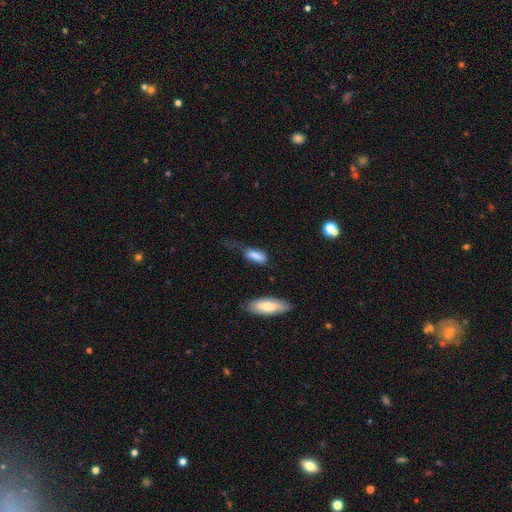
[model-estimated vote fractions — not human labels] This appears to be a smooth galaxy with no disk features (80%) that is in between round and cigar-shaped (74%). Merging: none (33%).